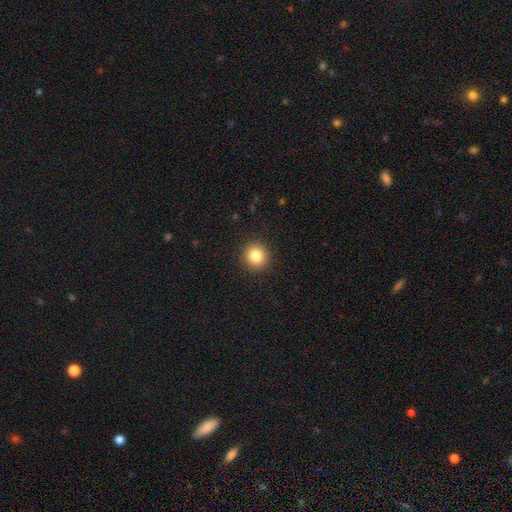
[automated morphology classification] smooth-or-featured: smooth: 83% | star or artifact: 11% | featured or disk: 6%
  how-rounded: round: 93% | in between: 6% | cigar-shaped: 1%
  merging: none: 92% | minor disturbance: 5% | major disturbance: 2% | merger: 1%